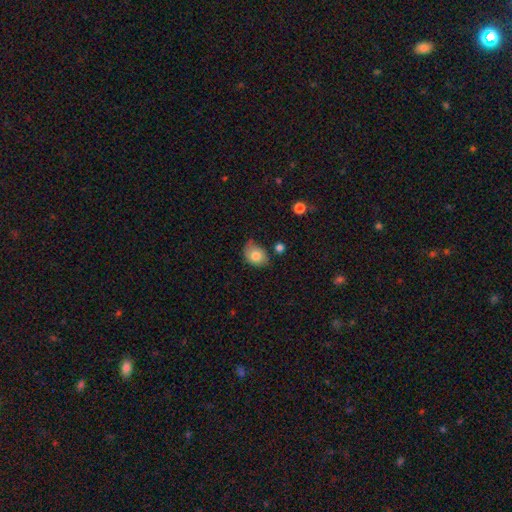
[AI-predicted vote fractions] Q: Smooth or featured?
A: smooth (78%); runner-up: featured or disk (14%)
Q: How rounded?
A: in between (65%); runner-up: round (34%)
Q: Merging?
A: none (55%); runner-up: minor disturbance (33%)